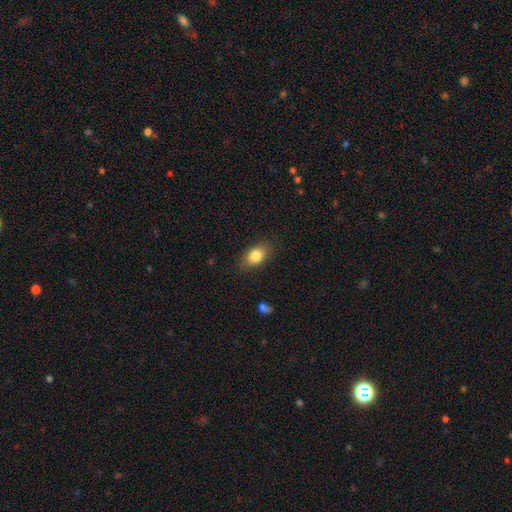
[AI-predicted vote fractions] smooth_or_featured: smooth (p=0.83) [alt: featured or disk p=0.09]
how_rounded: in between (p=0.83) [alt: round p=0.15]
merging: none (p=0.83) [alt: minor disturbance p=0.13]